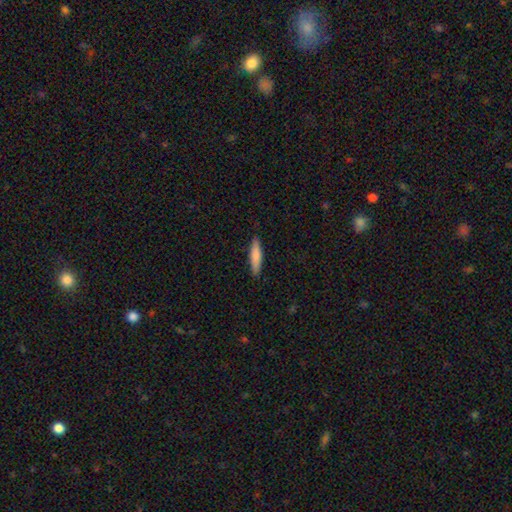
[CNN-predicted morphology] A smooth galaxy with no disk features (81%) that is cigar-shaped (82%). Merging: none (89%).